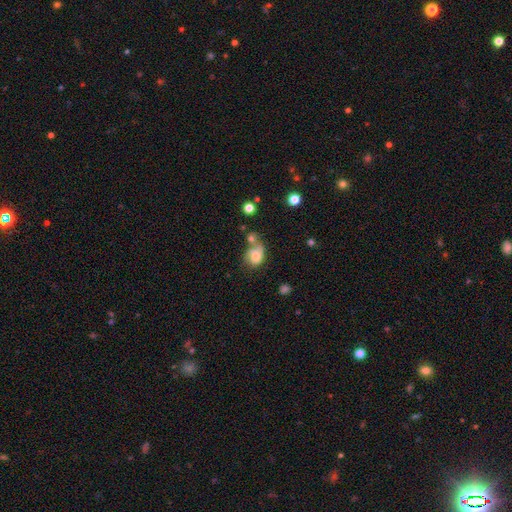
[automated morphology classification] This is likely a smooth galaxy (65%). How rounded: possibly in between (57%). Merging: marginally merger (36%).